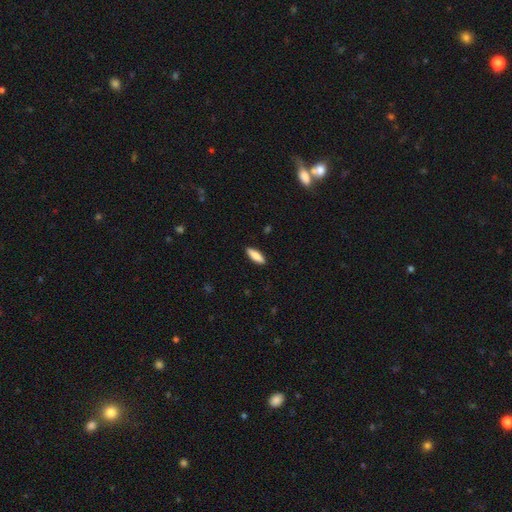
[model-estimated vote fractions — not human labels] smooth 83%, featured or disk 11%, star or artifact 6%. Down the decision tree: how rounded — in between (56%); merging — none (90%).